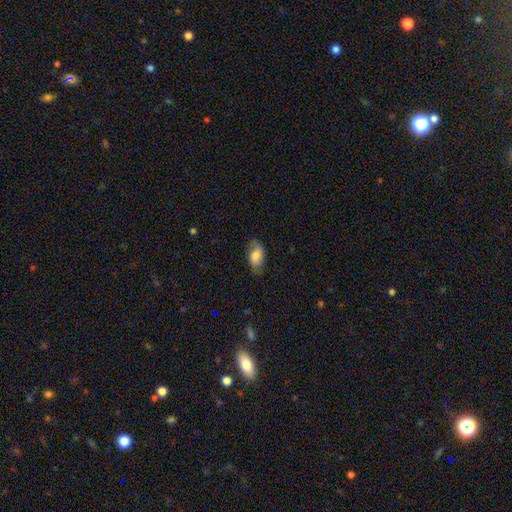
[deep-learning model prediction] Smooth or featured: smooth — 74% (featured or disk — 18%)
How rounded: in between — 92% (round — 6%)
Merging: none — 69% (minor disturbance — 23%)